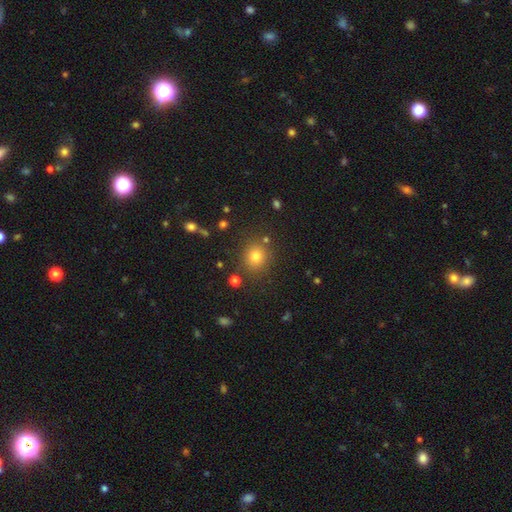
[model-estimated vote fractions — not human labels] A smooth galaxy with no disk features (77%) that is round (84%).

Vote fractions:
- Smooth or featured? smooth: 77% / star or artifact: 16% / featured or disk: 7%
- How rounded? round: 84% / in between: 15% / cigar-shaped: 1%
- Merging? none: 84% / minor disturbance: 8% / merger: 4% / major disturbance: 3%